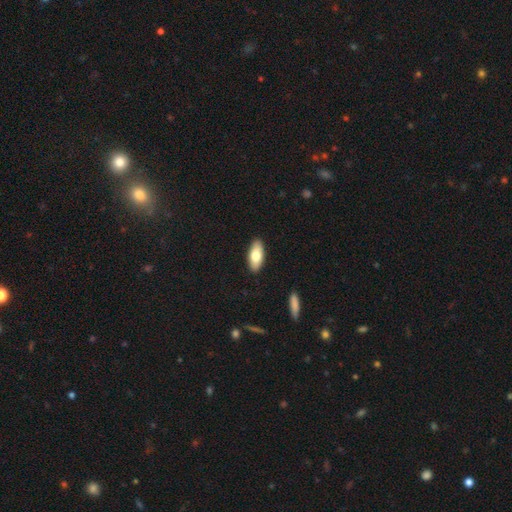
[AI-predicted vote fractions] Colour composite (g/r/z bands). It shows a smooth galaxy with no disk features (76%) that is in between round and cigar-shaped (84%). Merging: none (90%).